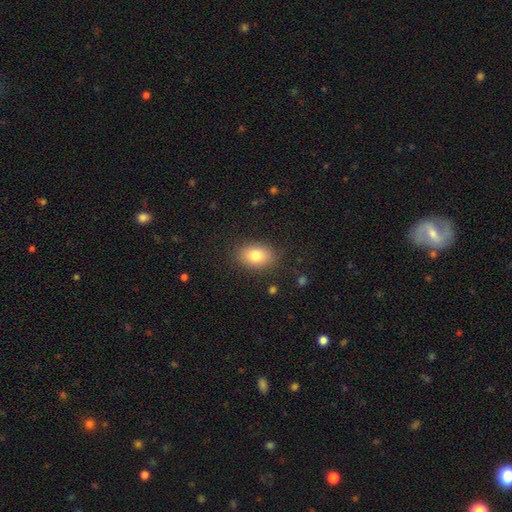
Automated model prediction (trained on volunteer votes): Smooth or featured? Predicted: smooth (p=0.81). How rounded? Predicted: in between (p=0.78). Merging? Predicted: none (p=0.85).